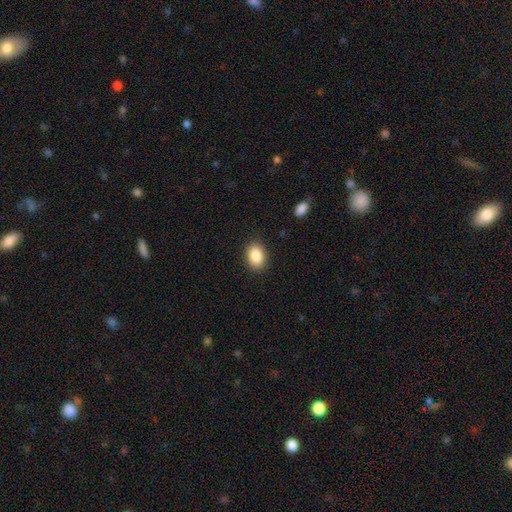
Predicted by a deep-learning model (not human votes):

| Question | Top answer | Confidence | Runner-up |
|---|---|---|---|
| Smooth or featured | smooth | 88% | star or artifact (8%) |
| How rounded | in between | 79% | round (20%) |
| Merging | none | 89% | minor disturbance (8%) |